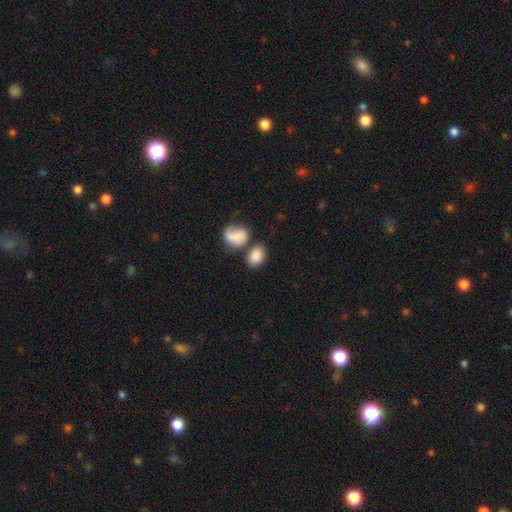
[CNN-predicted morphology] smooth_or_featured: smooth (p=0.84) [alt: featured or disk p=0.09]
how_rounded: in between (p=0.74) [alt: round p=0.24]
merging: none (p=0.51) [alt: merger p=0.28]